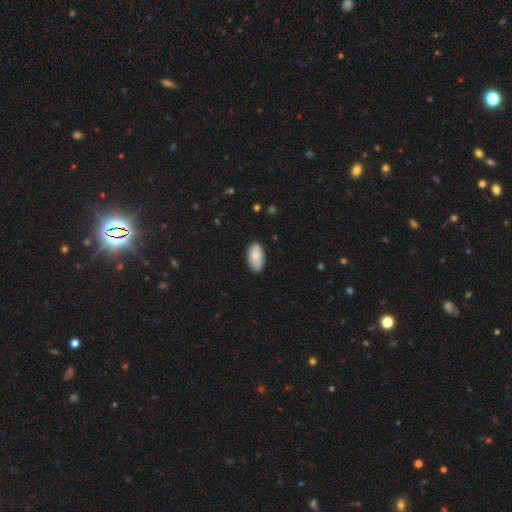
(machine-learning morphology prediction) This is clearly a smooth galaxy (84%). How rounded: clearly in between (95%). Merging: clearly none (81%).